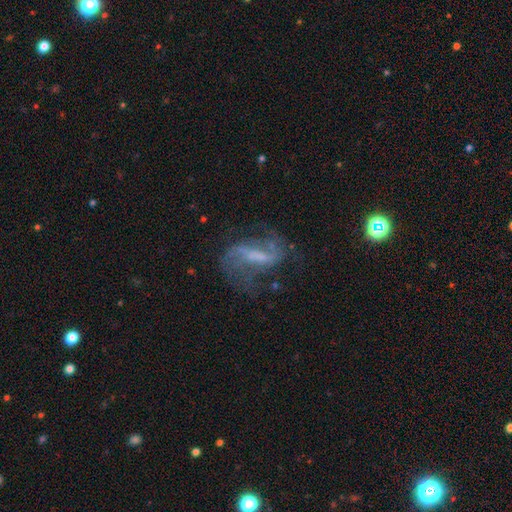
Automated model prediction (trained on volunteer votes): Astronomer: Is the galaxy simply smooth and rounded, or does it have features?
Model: featured or disk — 75%.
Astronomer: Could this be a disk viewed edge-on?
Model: no — 94%.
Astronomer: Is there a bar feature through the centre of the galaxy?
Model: strong — 41% (runner-up: weak, 40%).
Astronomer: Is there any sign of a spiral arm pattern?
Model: yes — 84%.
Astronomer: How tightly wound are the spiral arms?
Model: loose — 57% (runner-up: medium, 33%).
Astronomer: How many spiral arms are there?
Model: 2 — 76%.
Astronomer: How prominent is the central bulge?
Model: none — 39% (runner-up: small, 33%).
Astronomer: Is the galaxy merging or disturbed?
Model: none — 52%.